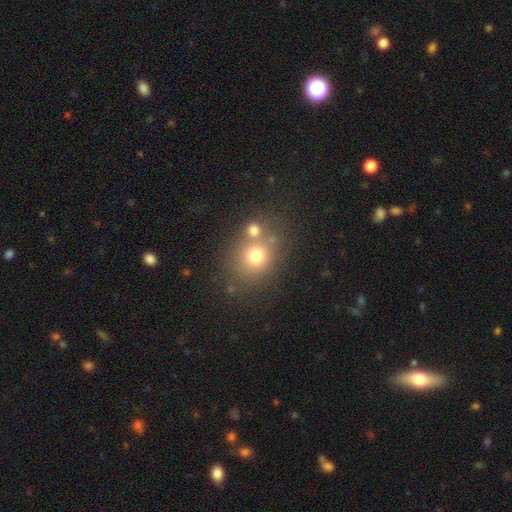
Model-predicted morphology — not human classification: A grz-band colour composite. It shows a smooth galaxy with no disk features (71%) that is round (73%). Merging: none (59%).